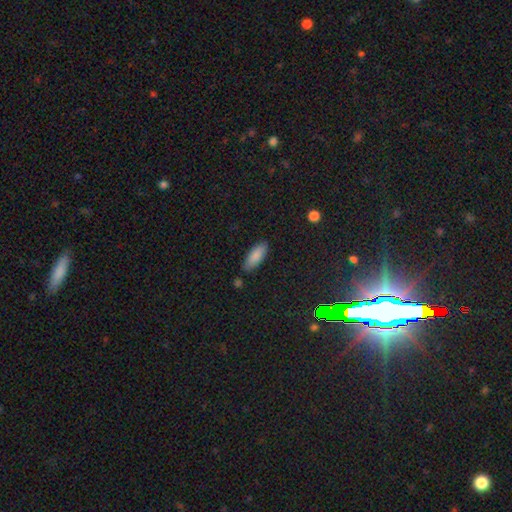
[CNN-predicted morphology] smooth_or_featured: smooth (p=0.85) [alt: featured or disk p=0.07]
how_rounded: in between (p=0.73) [alt: cigar-shaped p=0.25]
merging: none (p=0.83) [alt: minor disturbance p=0.12]